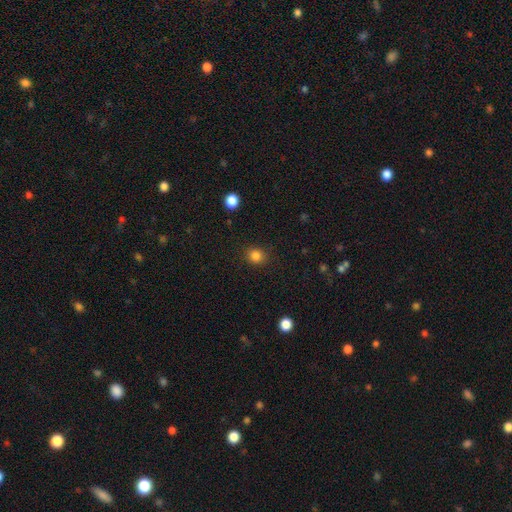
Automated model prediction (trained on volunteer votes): Morphology: type=smooth (84%); roundness=round (81%); merging=none (88%).